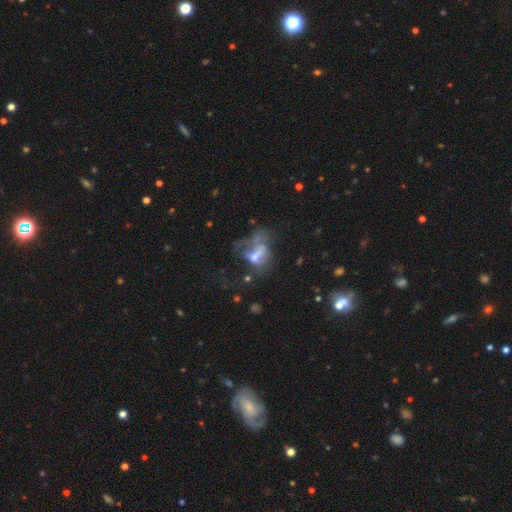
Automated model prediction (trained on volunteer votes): A featured or disk galaxy (52%).

Vote fractions:
- Smooth or featured? featured or disk: 52% / smooth: 30% / star or artifact: 18%
- Edge-on disk? no: 95% / yes: 5%
- Merging? major disturbance: 45% / merger: 23% / none: 19% / minor disturbance: 12%